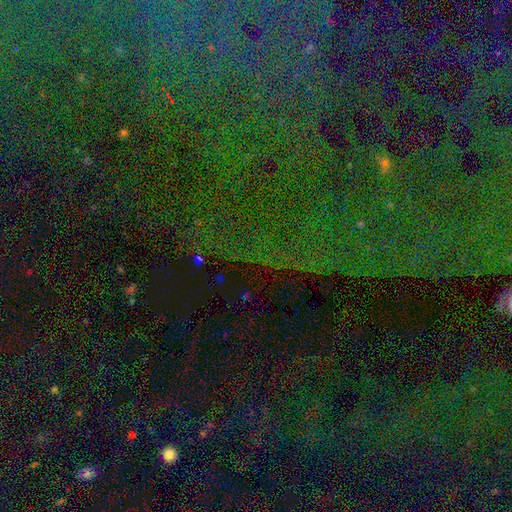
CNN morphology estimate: star or artifact 82%, featured or disk 9%, smooth 9%.